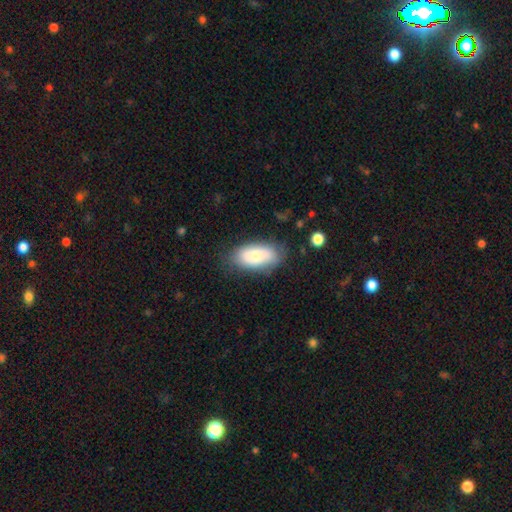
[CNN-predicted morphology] type=smooth (72%); roundness=in between (92%); merging=none (71%).